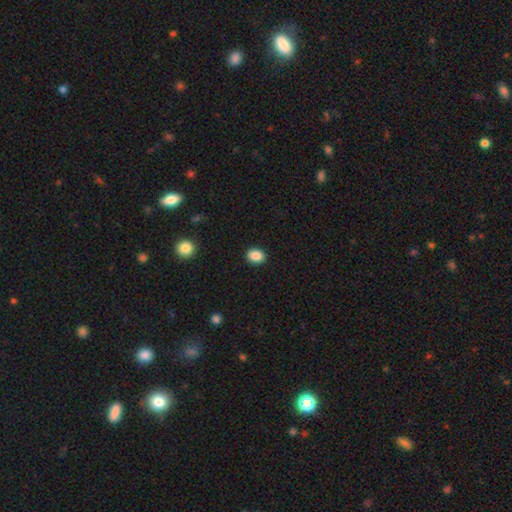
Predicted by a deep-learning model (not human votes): A smooth galaxy with no disk features (88%) that is in between round and cigar-shaped (54%).

Vote fractions:
- Smooth or featured? smooth: 88% / star or artifact: 9% / featured or disk: 3%
- How rounded? in between: 54% / round: 45% / cigar-shaped: 1%
- Merging? none: 91% / minor disturbance: 6% / major disturbance: 2% / merger: 1%